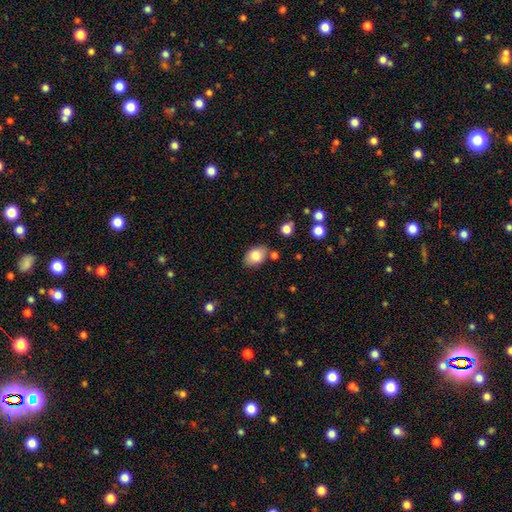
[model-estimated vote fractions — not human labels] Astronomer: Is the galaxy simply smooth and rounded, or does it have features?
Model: smooth — 82%.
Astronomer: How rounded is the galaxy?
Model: in between — 82%.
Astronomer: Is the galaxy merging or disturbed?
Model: none — 78%.